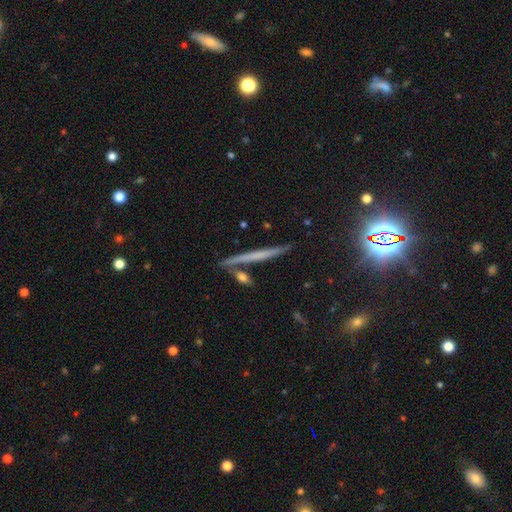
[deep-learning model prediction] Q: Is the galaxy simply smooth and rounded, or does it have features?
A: featured or disk — 50%.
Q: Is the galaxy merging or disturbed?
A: none — 83%.